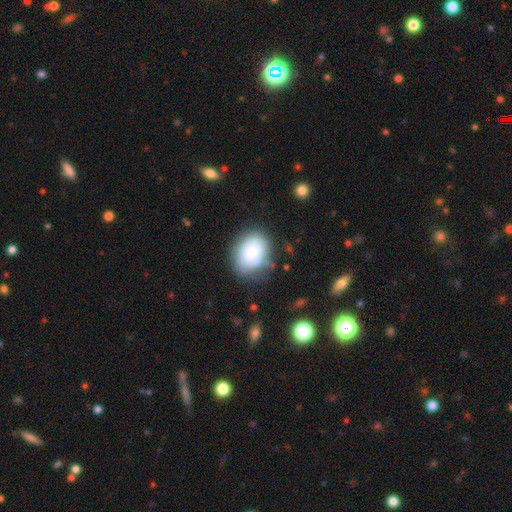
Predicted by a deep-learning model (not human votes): Morphology: type=smooth (81%); roundness=in between (58%); merging=none (63%).